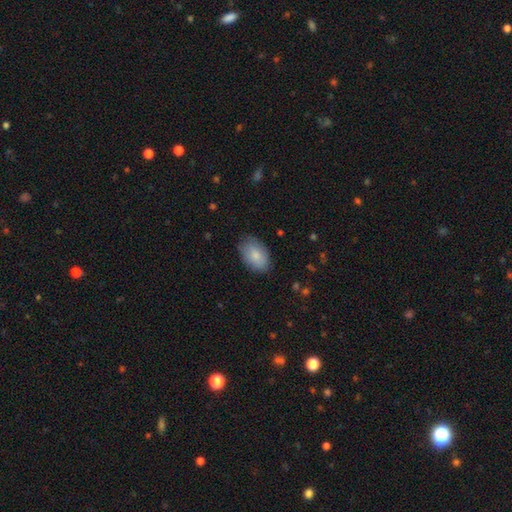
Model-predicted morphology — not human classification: The model was most divided on "merging": none: 80%, minor disturbance: 16%, major disturbance: 3%, merger: 1%. More confident: how rounded — in between (90%); smooth or featured — smooth (82%).